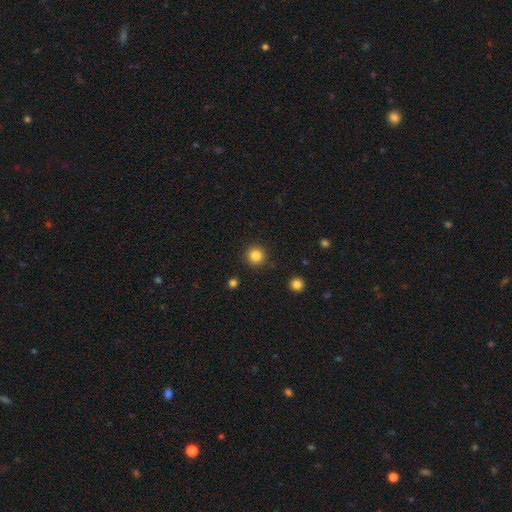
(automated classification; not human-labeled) This is clearly a smooth galaxy (84%). How rounded: clearly round (95%). Merging: clearly none (91%).